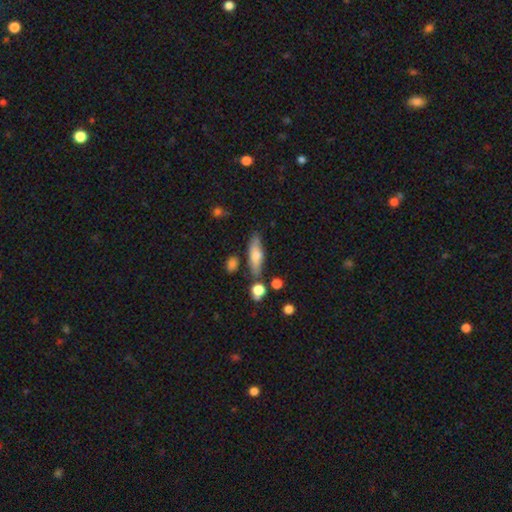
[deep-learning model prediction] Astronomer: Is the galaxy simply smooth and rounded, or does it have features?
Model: smooth — 67%.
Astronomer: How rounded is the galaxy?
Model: cigar-shaped — 50% (runner-up: in between, 46%).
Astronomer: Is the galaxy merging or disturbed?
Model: none — 71%.